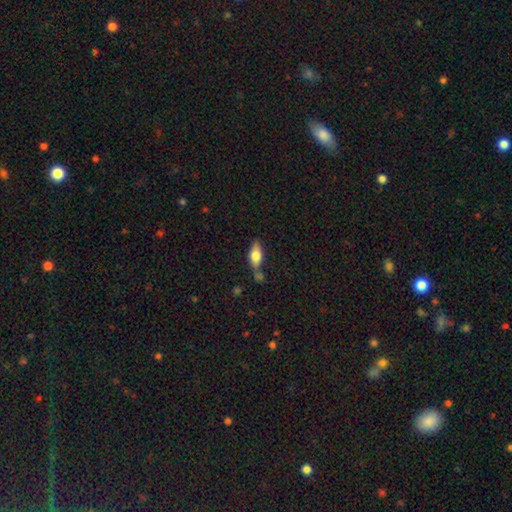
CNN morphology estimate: This appears to be a smooth galaxy with no disk features (59%) that is in between round and cigar-shaped (73%). Merging: none (64%).